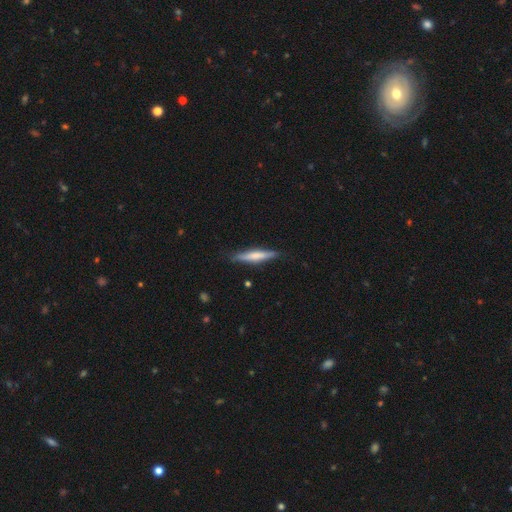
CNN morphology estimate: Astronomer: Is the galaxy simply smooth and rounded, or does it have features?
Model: smooth — 56% (runner-up: featured or disk, 39%).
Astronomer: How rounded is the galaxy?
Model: cigar-shaped — 89%.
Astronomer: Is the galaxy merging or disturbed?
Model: none — 85%.